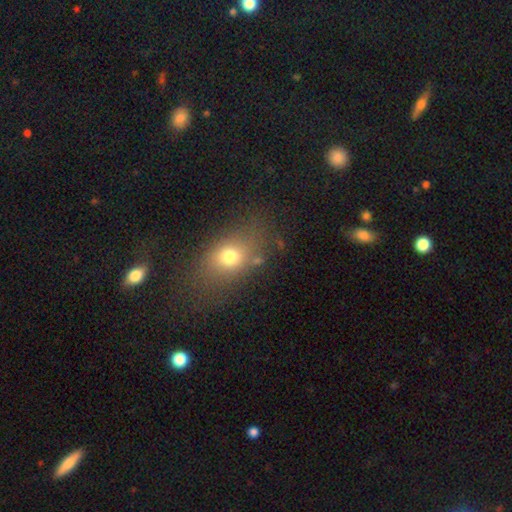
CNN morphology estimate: This is likely a smooth galaxy (68%). How rounded: likely in between (68%). Merging: likely none (69%).